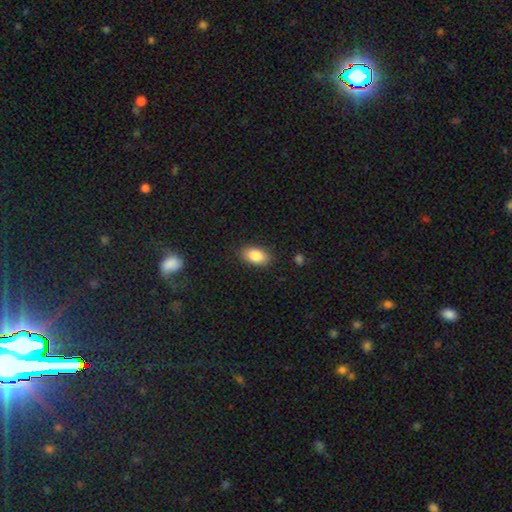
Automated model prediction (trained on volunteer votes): The model was most divided on "merging": none: 86%, minor disturbance: 10%, major disturbance: 3%, merger: 1%. More confident: how rounded — in between (91%); smooth or featured — smooth (86%).